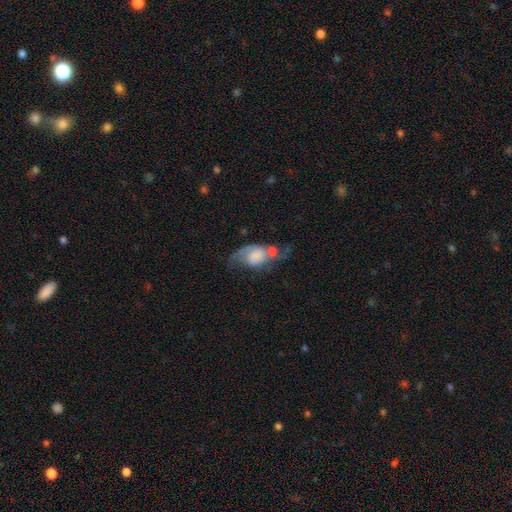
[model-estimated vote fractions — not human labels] A featured or disk galaxy (54%) with no bar (71%), spiral arms (78%) and no central bulge (32%).

Vote fractions:
- Smooth or featured? featured or disk: 54% / smooth: 38% / star or artifact: 8%
- Edge-on disk? no: 95% / yes: 5%
- Bar? no: 71% / weak: 23% / strong: 6%
- Spiral arms? yes: 78% / no: 22%
- Bulge size? none: 32% / large: 27% / small: 15% / moderate: 15% / dominant: 11%
- Merging? merger: 31% / major disturbance: 25% / none: 25% / minor disturbance: 18%